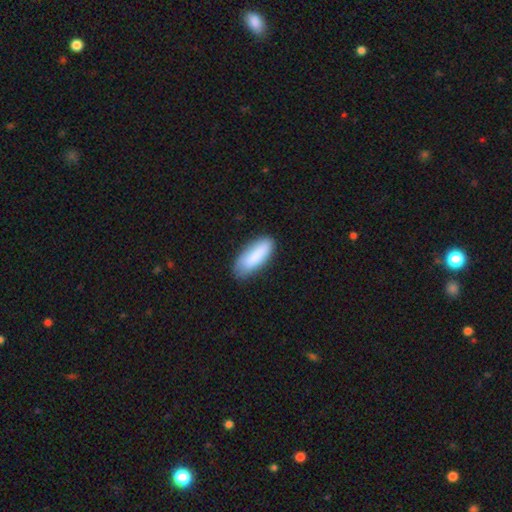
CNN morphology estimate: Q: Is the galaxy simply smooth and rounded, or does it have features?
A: smooth — 85%.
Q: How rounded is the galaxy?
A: in between — 70%.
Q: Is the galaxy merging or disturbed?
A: none — 77%.